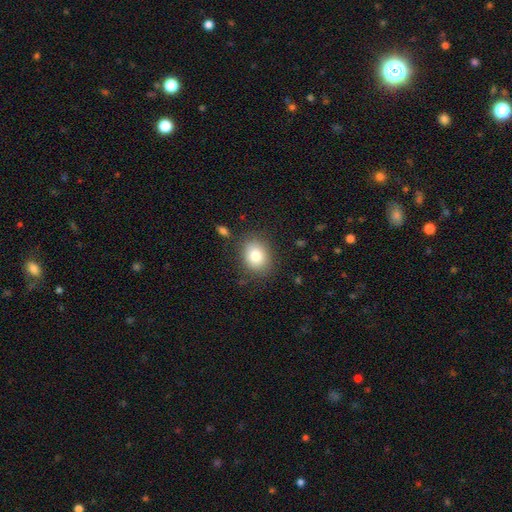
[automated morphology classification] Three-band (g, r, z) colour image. It shows a smooth galaxy with no disk features (80%) that is in between round and cigar-shaped (51%). Merging: none (82%).